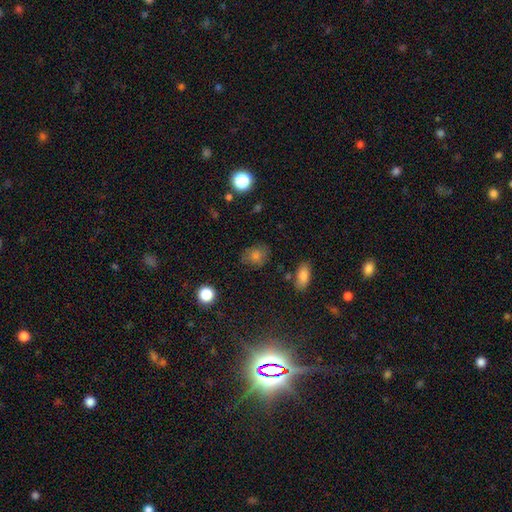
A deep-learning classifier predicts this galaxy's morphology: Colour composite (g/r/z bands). It shows a smooth galaxy with no disk features (71%) that is in between round and cigar-shaped (49%, tied with round). Merging: none (77%).